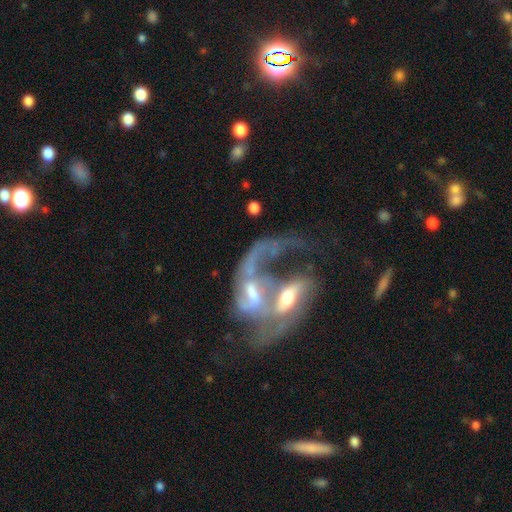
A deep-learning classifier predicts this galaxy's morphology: Smooth or featured? featured or disk (75%)
Edge-on disk? no (94%)
Bar? no (41%)
Spiral arms? yes (73%)
Spiral winding? loose (63%)
Spiral arm count? 2 (40%)
Bulge size? moderate (51%)
Merging? merger (73%)